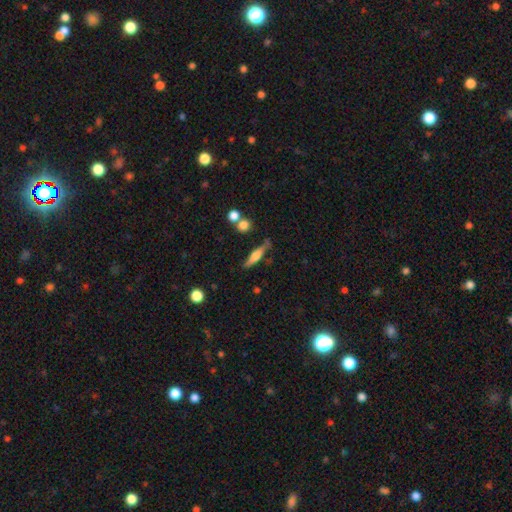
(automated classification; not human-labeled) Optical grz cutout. It shows a smooth galaxy with no disk features (50%) that is cigar-shaped (74%). Merging: none (74%).